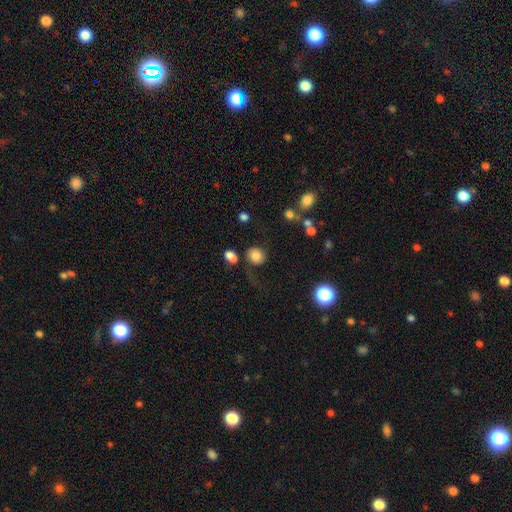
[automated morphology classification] Smooth or featured: smooth — 77% (featured or disk — 12%)
How rounded: round — 79% (in between — 20%)
Merging: none — 59% (minor disturbance — 18%)